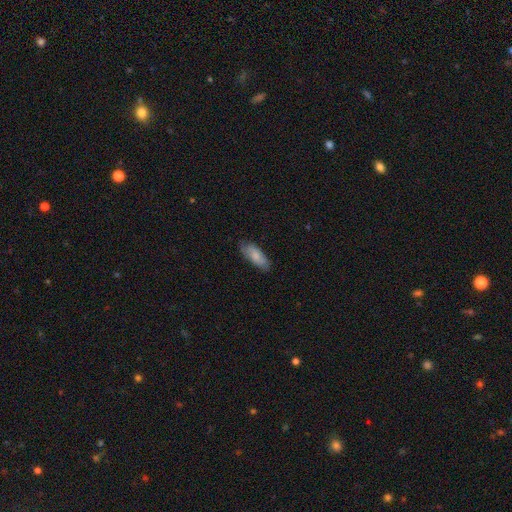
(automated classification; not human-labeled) This appears to be a smooth galaxy with no disk features (79%) that is in between round and cigar-shaped (75%). Merging: none (77%).